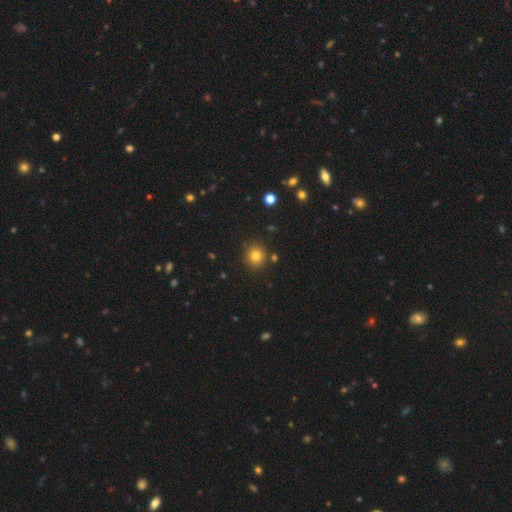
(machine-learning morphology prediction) A smooth galaxy with no disk features (80%) that is round (92%).

Vote fractions:
- Smooth or featured? smooth: 80% / star or artifact: 14% / featured or disk: 6%
- How rounded? round: 92% / in between: 7% / cigar-shaped: 1%
- Merging? none: 87% / minor disturbance: 7% / merger: 4% / major disturbance: 2%